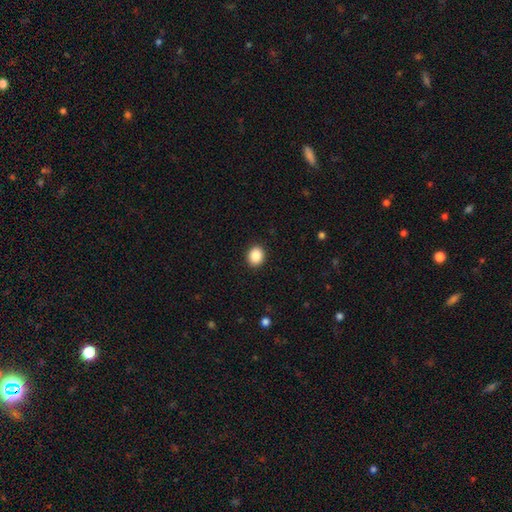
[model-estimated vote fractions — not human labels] This is clearly a smooth galaxy (88%). How rounded: likely round (64%). Merging: clearly none (92%).